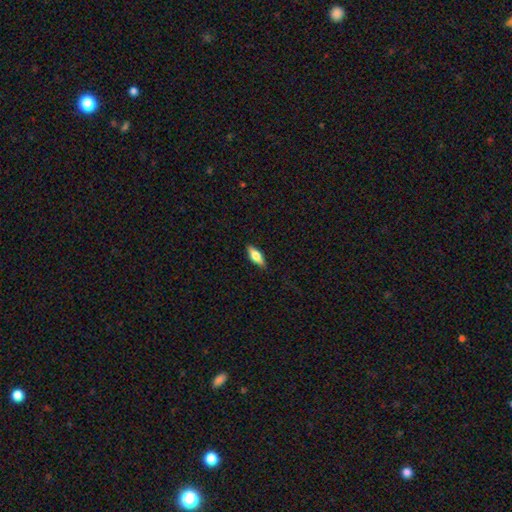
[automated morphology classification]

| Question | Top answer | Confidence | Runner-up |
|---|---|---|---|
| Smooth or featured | smooth | 57% | featured or disk (37%) |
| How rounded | in between | 62% | cigar-shaped (35%) |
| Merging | none | 87% | minor disturbance (10%) |